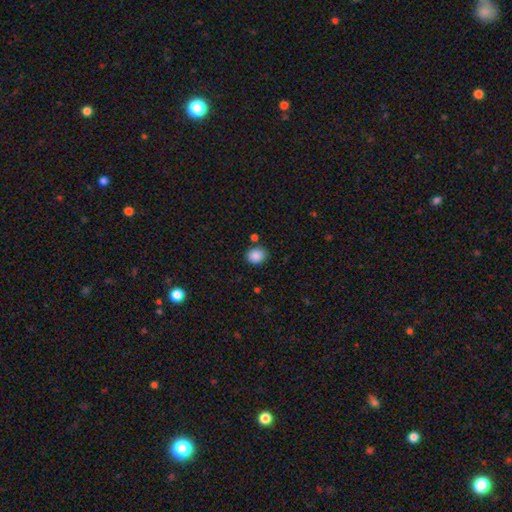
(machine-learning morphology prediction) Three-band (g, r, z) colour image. It shows a smooth galaxy with no disk features (87%) that is round (71%). Merging: none (82%).